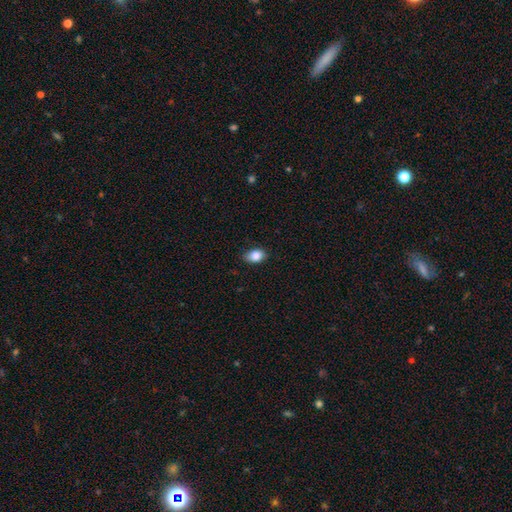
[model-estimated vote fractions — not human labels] A smooth galaxy with no disk features (87%) that is in between round and cigar-shaped (81%).

Vote fractions:
- Smooth or featured? smooth: 87% / star or artifact: 8% / featured or disk: 5%
- How rounded? in between: 81% / round: 18% / cigar-shaped: 1%
- Merging? none: 81% / minor disturbance: 15% / major disturbance: 3% / merger: 1%